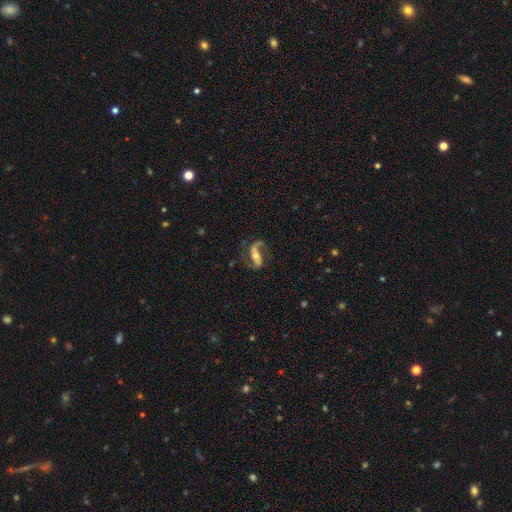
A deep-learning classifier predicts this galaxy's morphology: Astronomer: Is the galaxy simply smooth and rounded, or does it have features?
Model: featured or disk — 82%.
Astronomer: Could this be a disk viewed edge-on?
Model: no — 93%.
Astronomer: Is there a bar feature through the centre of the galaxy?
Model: strong — 47% (runner-up: no, 27%).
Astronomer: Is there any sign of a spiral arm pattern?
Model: yes — 93%.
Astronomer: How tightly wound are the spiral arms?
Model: loose — 53% (runner-up: medium, 36%).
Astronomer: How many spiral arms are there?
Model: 2 — 87%.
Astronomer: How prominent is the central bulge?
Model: moderate — 54% (runner-up: small, 38%).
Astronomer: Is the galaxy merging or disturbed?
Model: none — 66%.